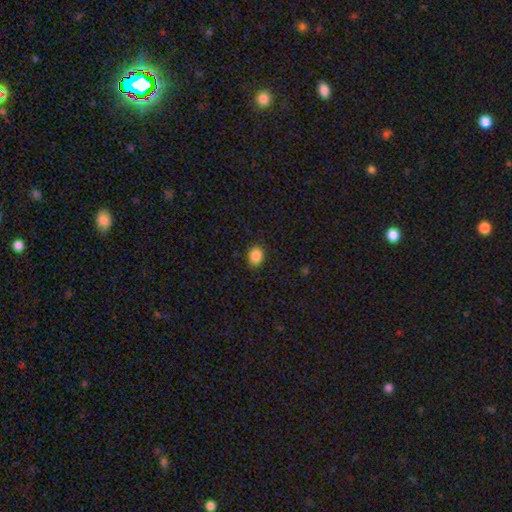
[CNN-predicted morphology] A smooth galaxy with no disk features (88%) that is round (61%).

Vote fractions:
- Smooth or featured? smooth: 88% / star or artifact: 9% / featured or disk: 3%
- How rounded? round: 61% / in between: 38% / cigar-shaped: 1%
- Merging? none: 88% / minor disturbance: 9% / major disturbance: 2% / merger: 1%